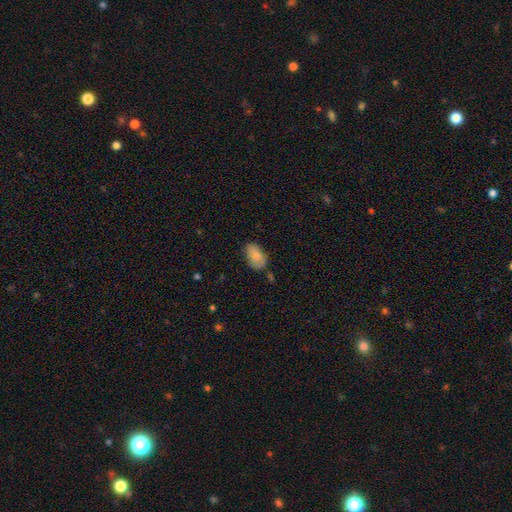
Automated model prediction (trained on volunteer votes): smooth-or-featured: smooth: 81% | featured or disk: 12% | star or artifact: 7%
  how-rounded: in between: 91% | round: 7% | cigar-shaped: 1%
  merging: none: 66% | minor disturbance: 25% | major disturbance: 5% | merger: 4%